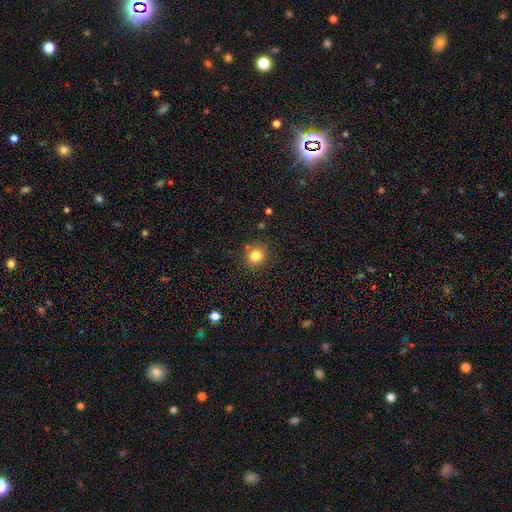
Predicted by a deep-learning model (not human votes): Smooth or featured? smooth (82%)
How rounded? round (85%)
Merging? none (85%)